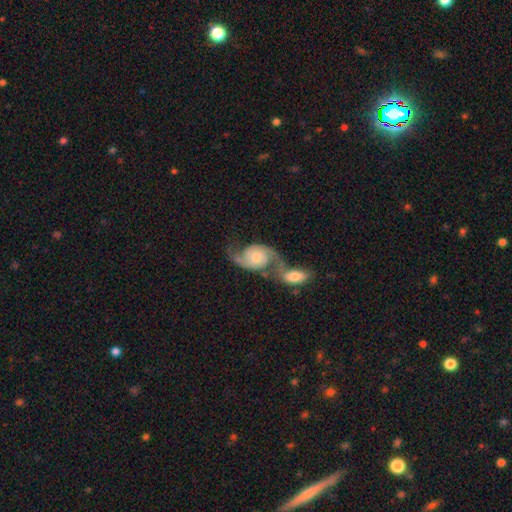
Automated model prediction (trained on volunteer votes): A featured or disk galaxy (85%) with no bar (68%), 2 (91%) loose (44%) spiral arms (96%) and a small central bulge (43%).

Vote fractions:
- Smooth or featured? featured or disk: 85% / smooth: 9% / star or artifact: 5%
- Edge-on disk? no: 97% / yes: 3%
- Bar? no: 68% / weak: 26% / strong: 6%
- Spiral arms? yes: 96% / no: 4%
- Spiral winding? loose: 44% / medium: 42% / tight: 14%
- Spiral arm count? 2: 91% / can't tell: 3% / 1: 2% / 3: 1% / 4: 1% / more than 4: 1%
- Bulge size? small: 43% / moderate: 41% / large: 9% / none: 5% / dominant: 2%
- Merging? merger: 60% / none: 24% / minor disturbance: 9% / major disturbance: 7%